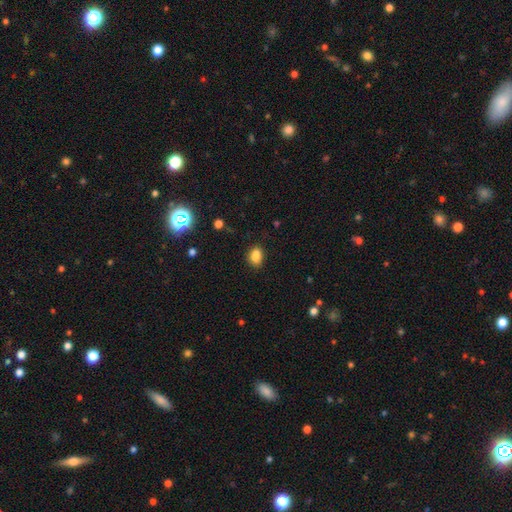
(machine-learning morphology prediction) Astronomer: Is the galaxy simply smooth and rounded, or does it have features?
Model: smooth — 83%.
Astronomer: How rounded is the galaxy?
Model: in between — 72%.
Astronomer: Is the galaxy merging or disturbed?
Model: none — 72%.